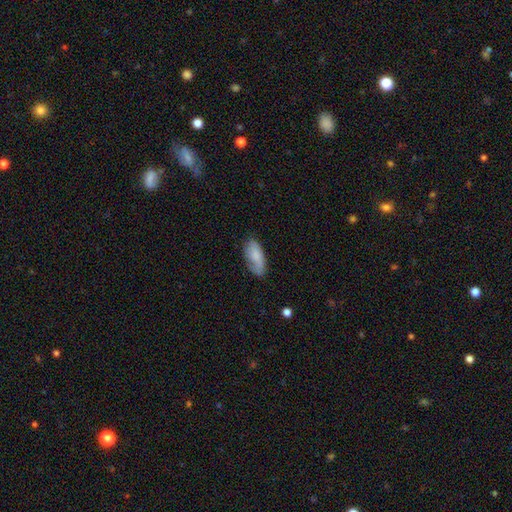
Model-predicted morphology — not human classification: Smooth or featured?
  - smooth: 74% *
  - featured or disk: 19%
  - star or artifact: 7%
How rounded?
  - in between: 89% *
  - cigar-shaped: 9%
  - round: 2%
Merging?
  - none: 61% *
  - minor disturbance: 27%
  - major disturbance: 9%
  - merger: 2%